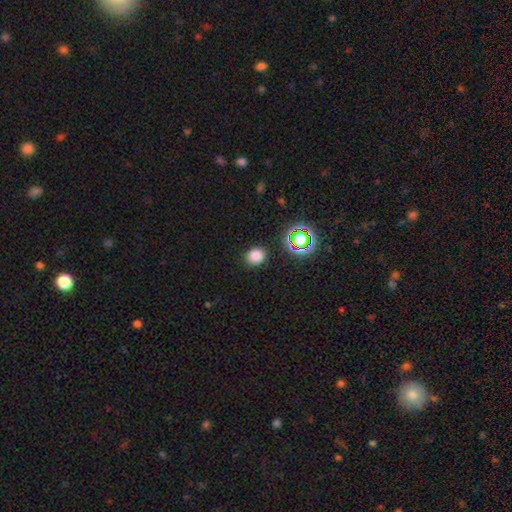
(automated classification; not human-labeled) Smooth or featured? smooth (77%)
How rounded? round (69%)
Merging? none (88%)